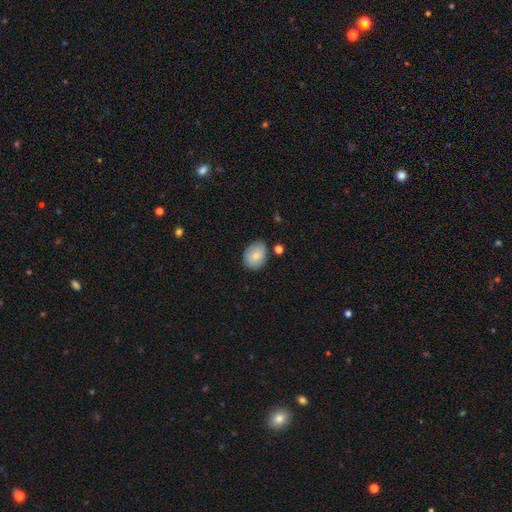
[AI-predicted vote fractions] This appears to be a smooth galaxy with no disk features (80%) that is in between round and cigar-shaped (65%). Merging: none (75%).